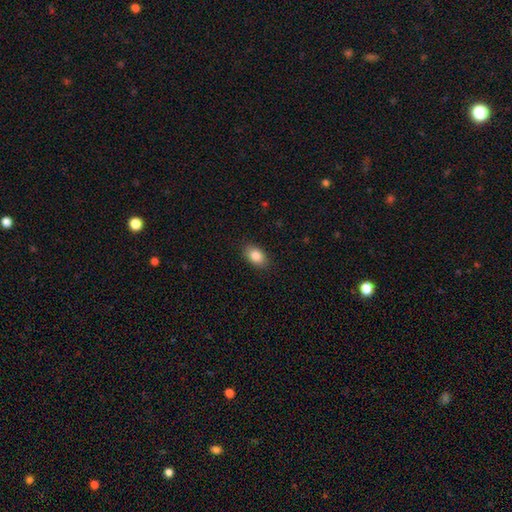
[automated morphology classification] A smooth galaxy with no disk features (85%) that is in between round and cigar-shaped (87%). Merging: none (87%).